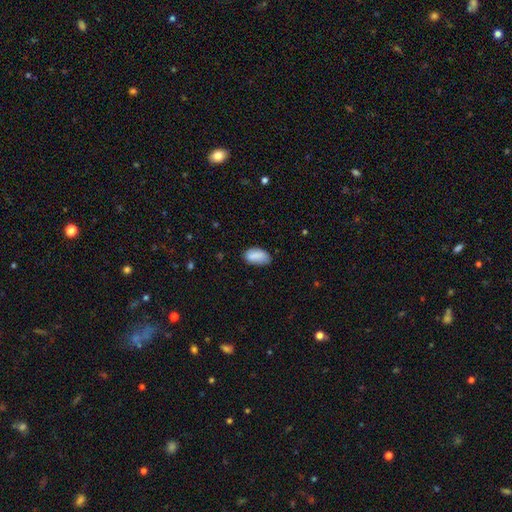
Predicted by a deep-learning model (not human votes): This appears to be a smooth galaxy with no disk features (86%) that is in between round and cigar-shaped (93%). Merging: none (67%).